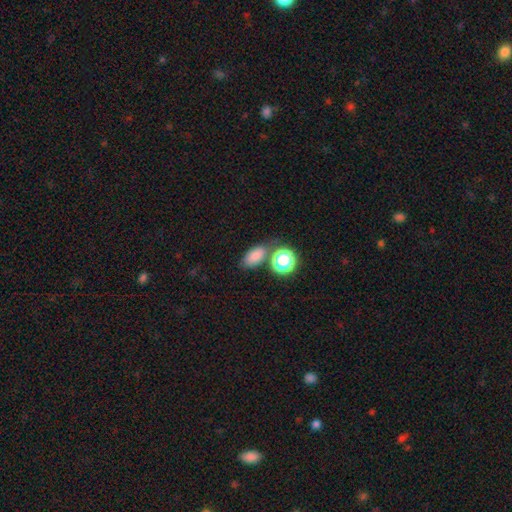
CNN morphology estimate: smooth 79%, star or artifact 15%, featured or disk 7%. Down the decision tree: how rounded — in between (80%); merging — none (69%).